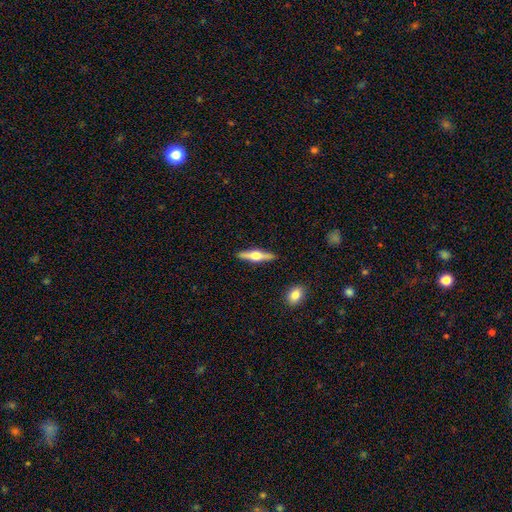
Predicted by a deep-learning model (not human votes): Smooth or featured? featured or disk (65%)
Edge-on disk? yes (97%)
Edge-on bulge? rounded (94%)
Merging? none (90%)